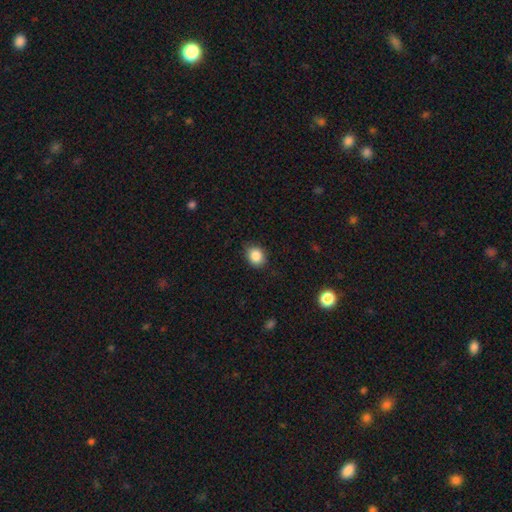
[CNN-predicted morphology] A smooth galaxy with no disk features (86%) that is round (53%).

Vote fractions:
- Smooth or featured? smooth: 86% / star or artifact: 9% / featured or disk: 5%
- How rounded? round: 53% / in between: 46% / cigar-shaped: 1%
- Merging? none: 82% / minor disturbance: 14% / major disturbance: 3% / merger: 1%